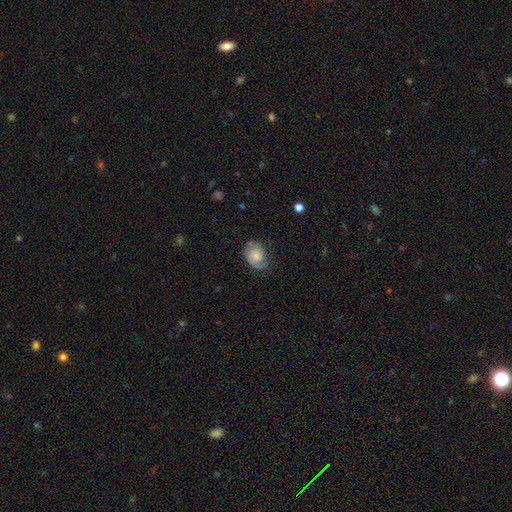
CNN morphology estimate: Smooth or featured? Predicted: featured or disk (p=0.57). Edge-on disk? Predicted: no (p=0.97). Bar? Predicted: no (p=0.76). Spiral arms? Predicted: yes (p=0.87). Bulge size? Predicted: small (p=0.47). Merging? Predicted: none (p=0.64).